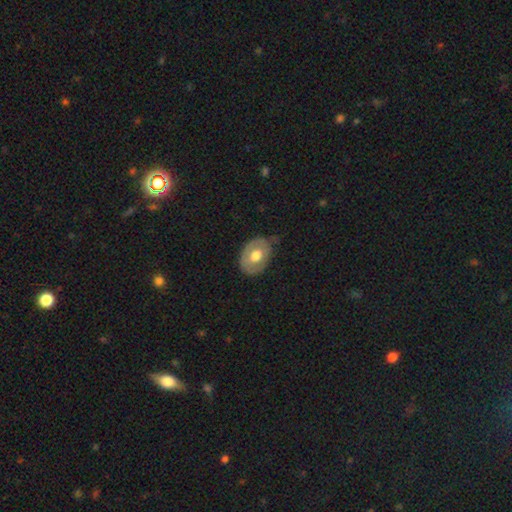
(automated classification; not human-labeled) A smooth galaxy with no disk features (52%) that is in between round and cigar-shaped (75%).

Vote fractions:
- Smooth or featured? smooth: 52% / featured or disk: 42% / star or artifact: 6%
- How rounded? in between: 75% / round: 23% / cigar-shaped: 1%
- Merging? none: 66% / minor disturbance: 25% / major disturbance: 7% / merger: 1%